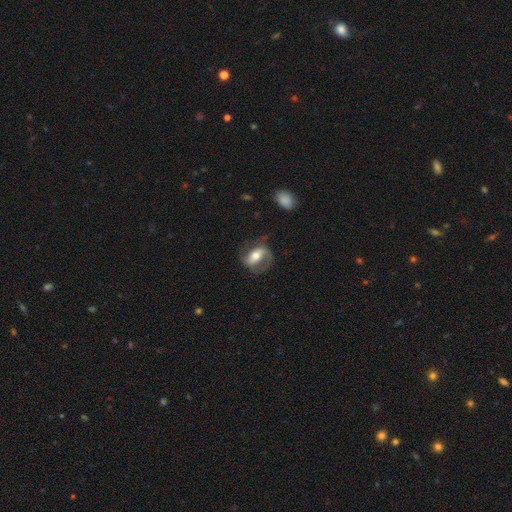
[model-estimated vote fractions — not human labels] Q: Smooth or featured?
A: featured or disk (64%); runner-up: smooth (30%)
Q: Edge-on disk?
A: no (93%); runner-up: yes (7%)
Q: Bar?
A: strong (47%); runner-up: weak (30%)
Q: Spiral arms?
A: yes (79%); runner-up: no (21%)
Q: Bulge size?
A: moderate (65%); runner-up: small (19%)
Q: Merging?
A: none (61%); runner-up: minor disturbance (20%)